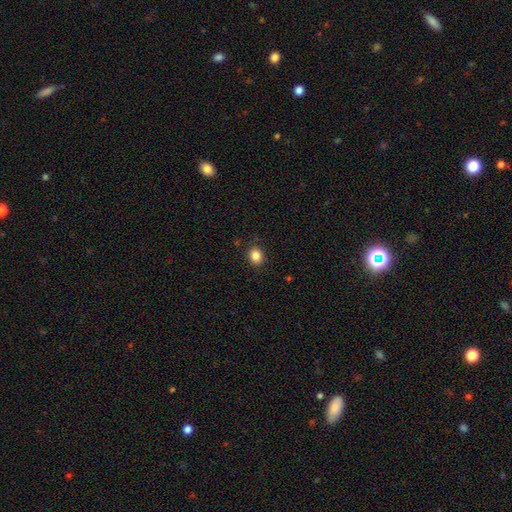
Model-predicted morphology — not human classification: type=smooth (85%); roundness=round (64%); merging=none (88%).